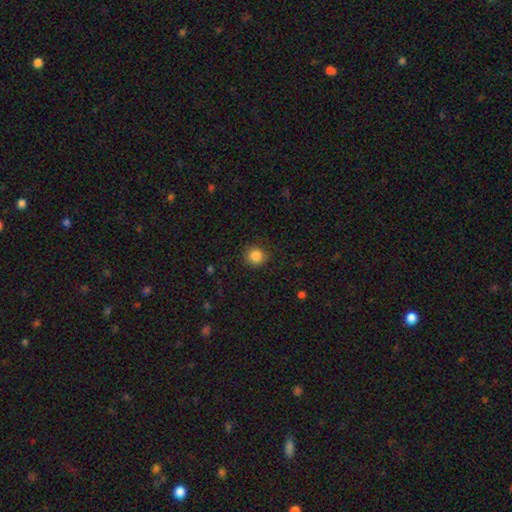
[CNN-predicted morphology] smooth_or_featured: smooth (p=0.86) [alt: star or artifact p=0.10]
how_rounded: round (p=0.91) [alt: in between p=0.08]
merging: none (p=0.87) [alt: minor disturbance p=0.09]